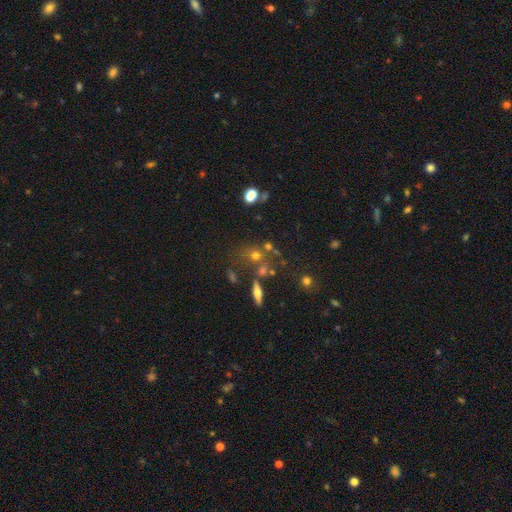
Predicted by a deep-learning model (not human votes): Q: Smooth or featured?
A: smooth (58%); runner-up: star or artifact (23%)
Q: How rounded?
A: round (70%); runner-up: in between (26%)
Q: Merging?
A: none (55%); runner-up: merger (24%)